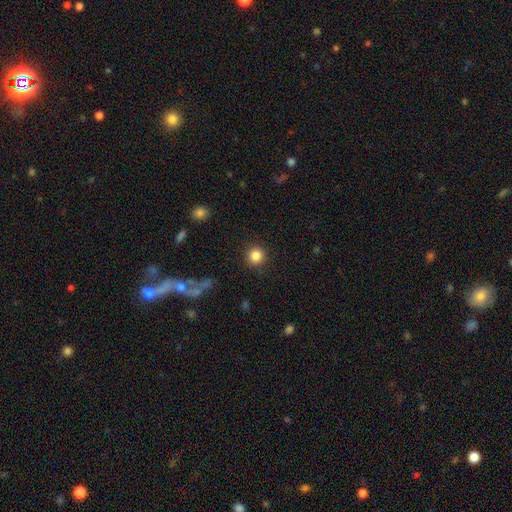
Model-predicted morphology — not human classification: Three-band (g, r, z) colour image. It shows a smooth galaxy with no disk features (85%) that is round (93%). Merging: none (90%).